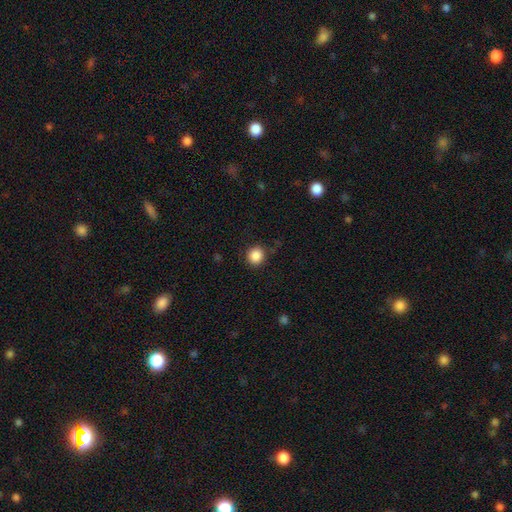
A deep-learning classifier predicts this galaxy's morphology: Smooth or featured? smooth (87%)
How rounded? round (90%)
Merging? none (87%)